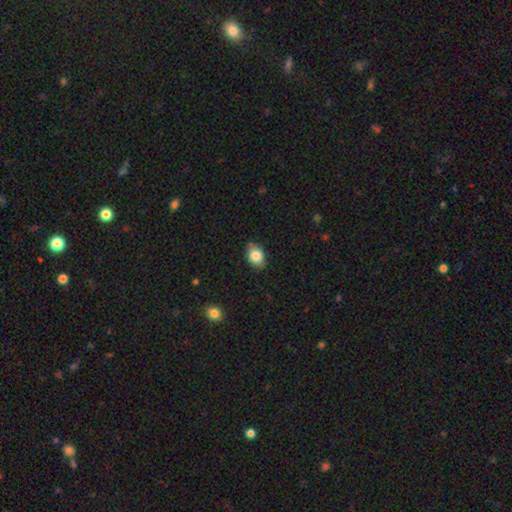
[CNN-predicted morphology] This is clearly a smooth galaxy (82%). How rounded: likely in between (78%). Merging: clearly none (81%).